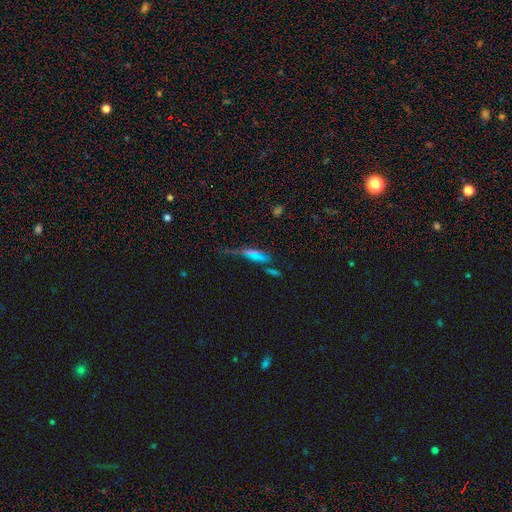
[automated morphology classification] type=smooth (41%); merging=none (52%).